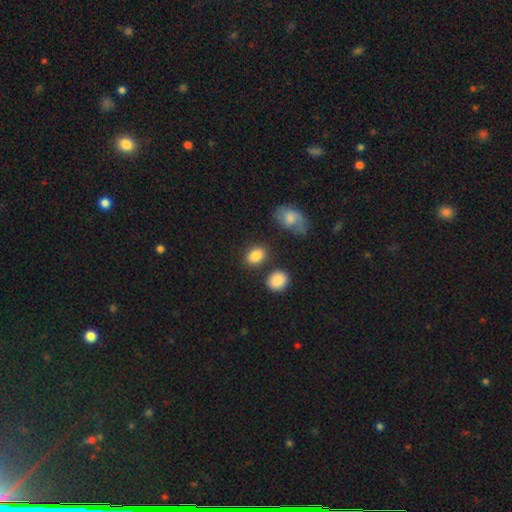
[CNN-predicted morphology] Smooth or featured?
  - smooth: 87% *
  - star or artifact: 8%
  - featured or disk: 5%
How rounded?
  - in between: 78% *
  - round: 21%
  - cigar-shaped: 1%
Merging?
  - none: 78% *
  - minor disturbance: 11%
  - merger: 7%
  - major disturbance: 4%